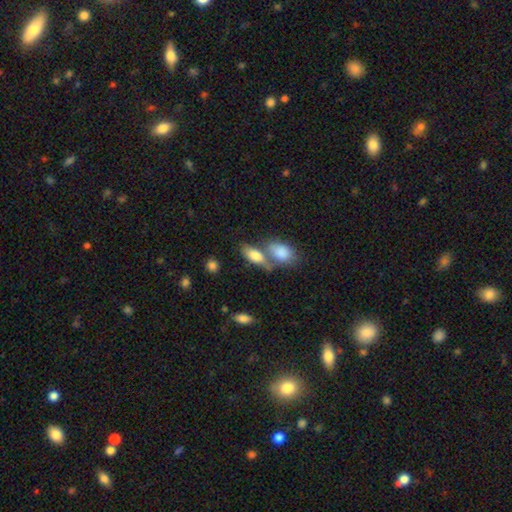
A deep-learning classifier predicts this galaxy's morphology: Smooth or featured?
  - smooth: 79% *
  - featured or disk: 14%
  - star or artifact: 7%
How rounded?
  - in between: 87% *
  - cigar-shaped: 9%
  - round: 5%
Merging?
  - merger: 47% *
  - none: 37%
  - minor disturbance: 11%
  - major disturbance: 5%